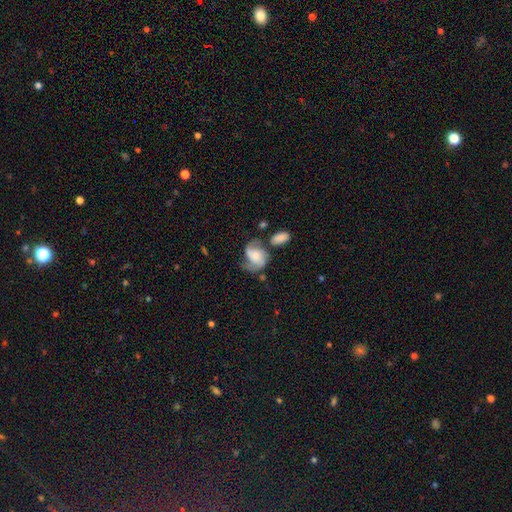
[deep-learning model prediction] Q: Smooth or featured?
A: featured or disk (68%); runner-up: smooth (25%)
Q: Edge-on disk?
A: no (97%); runner-up: yes (3%)
Q: Bar?
A: no (65%); runner-up: weak (29%)
Q: Spiral arms?
A: yes (91%); runner-up: no (9%)
Q: Spiral winding?
A: medium (47%); runner-up: loose (31%)
Q: Spiral arm count?
A: 2 (74%); runner-up: can't tell (9%)
Q: Bulge size?
A: small (41%); runner-up: moderate (40%)
Q: Merging?
A: none (44%); runner-up: minor disturbance (23%)